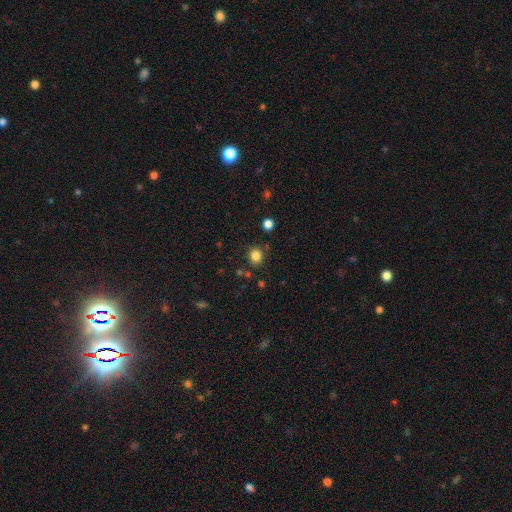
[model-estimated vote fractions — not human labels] Smooth or featured? smooth (83%)
How rounded? round (75%)
Merging? none (84%)